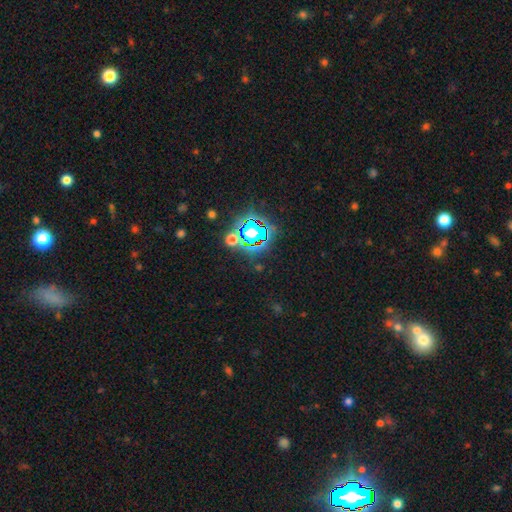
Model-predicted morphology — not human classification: Overall: star or artifact (80%).